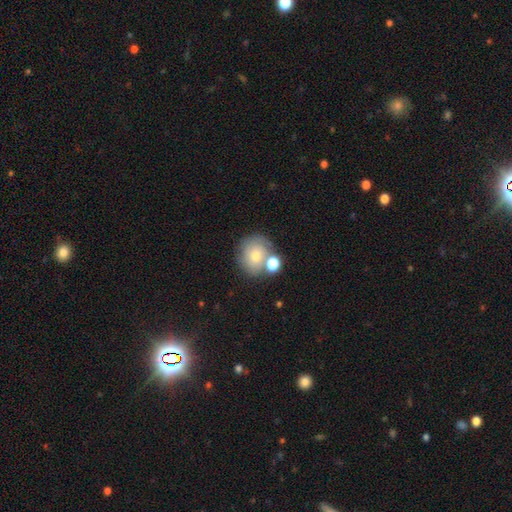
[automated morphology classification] The model was most divided on "merging": none: 54%, merger: 26%, minor disturbance: 14%, major disturbance: 6%. More confident: how rounded — round (80%); smooth or featured — smooth (64%).